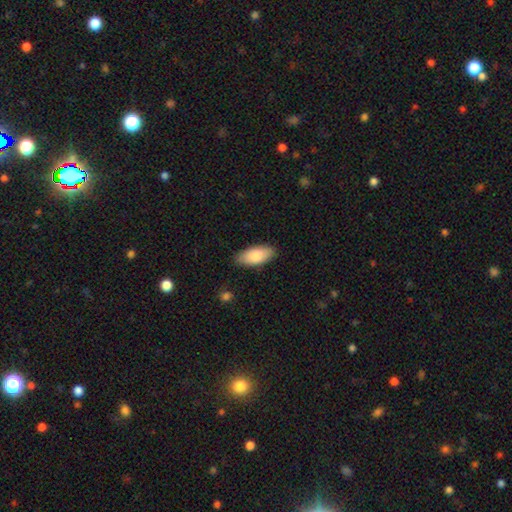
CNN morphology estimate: This is clearly a smooth galaxy (83%). How rounded: clearly in between (90%). Merging: clearly none (87%).